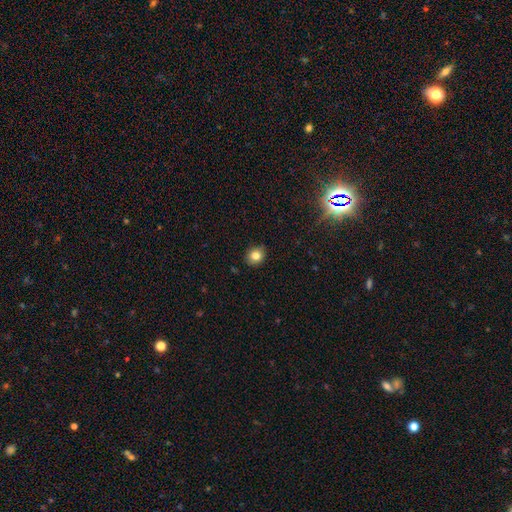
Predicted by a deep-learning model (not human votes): Smooth or featured?
  - smooth: 81% *
  - star or artifact: 11%
  - featured or disk: 8%
How rounded?
  - round: 70% *
  - in between: 29%
  - cigar-shaped: 1%
Merging?
  - none: 88% *
  - minor disturbance: 9%
  - major disturbance: 2%
  - merger: 1%